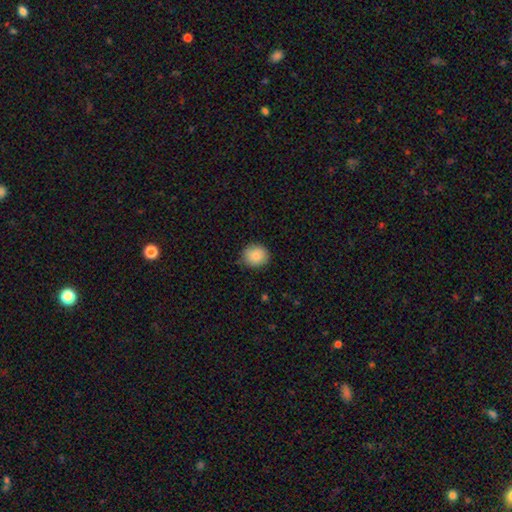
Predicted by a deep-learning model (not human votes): smooth-or-featured: smooth: 85% | star or artifact: 8% | featured or disk: 6%
  how-rounded: round: 83% | in between: 16% | cigar-shaped: 1%
  merging: none: 86% | minor disturbance: 11% | major disturbance: 2% | merger: 1%